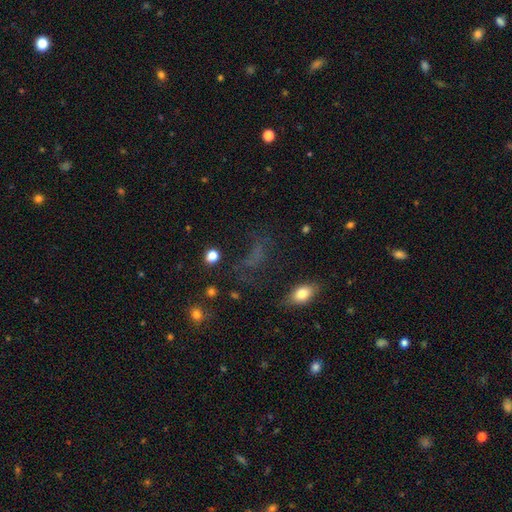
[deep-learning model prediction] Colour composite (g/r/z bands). It shows a smooth galaxy with no disk features (42%). Merging: none (54%).